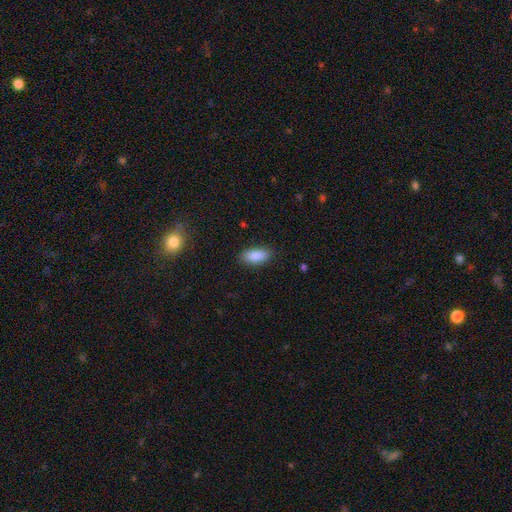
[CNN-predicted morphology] A smooth galaxy with no disk features (87%) that is in between round and cigar-shaped (89%).

Vote fractions:
- Smooth or featured? smooth: 87% / star or artifact: 7% / featured or disk: 6%
- How rounded? in between: 89% / cigar-shaped: 9% / round: 2%
- Merging? none: 87% / minor disturbance: 10% / major disturbance: 2% / merger: 1%